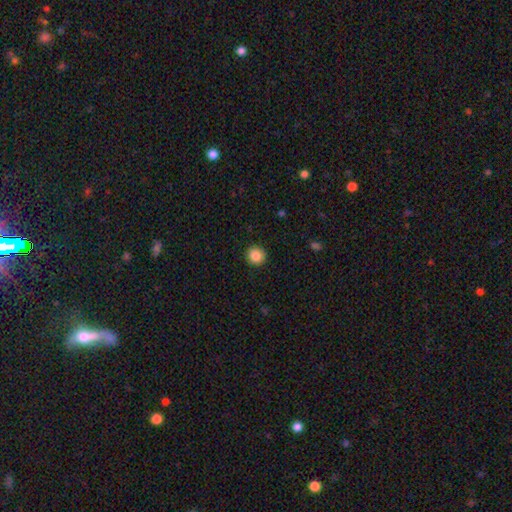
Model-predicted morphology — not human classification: smooth_or_featured: smooth (p=0.87) [alt: star or artifact p=0.10]
how_rounded: round (p=0.93) [alt: in between p=0.06]
merging: none (p=0.92) [alt: minor disturbance p=0.05]